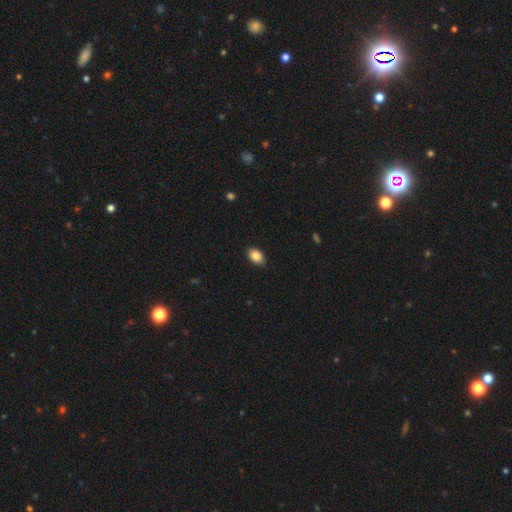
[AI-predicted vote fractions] Overall: smooth (85%). How rounded: in between (88%). Merging: none (86%).